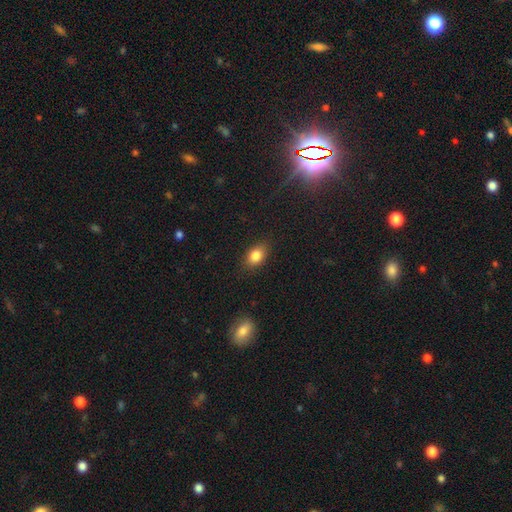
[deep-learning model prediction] The model was most divided on "how rounded": in between: 80%, round: 18%, cigar-shaped: 2%. More confident: merging — none (83%); smooth or featured — smooth (83%).